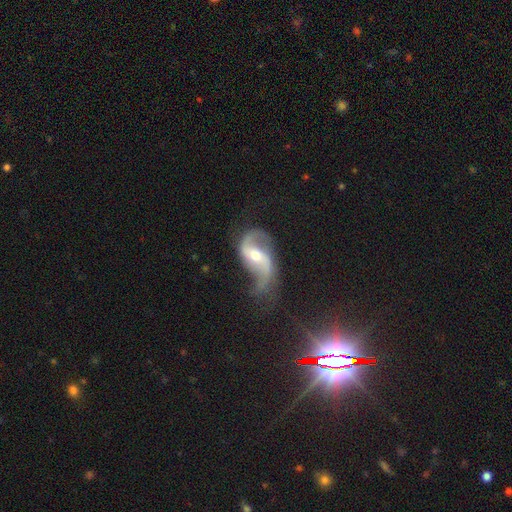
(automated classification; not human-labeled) Smooth or featured? Predicted: featured or disk (p=0.87). Edge-on disk? Predicted: no (p=0.97). Bar? Predicted: weak (p=0.44). Spiral arms? Predicted: yes (p=0.95). Spiral winding? Predicted: loose (p=0.74). Spiral arm count? Predicted: 2 (p=0.88). Bulge size? Predicted: moderate (p=0.61). Merging? Predicted: none (p=0.46).